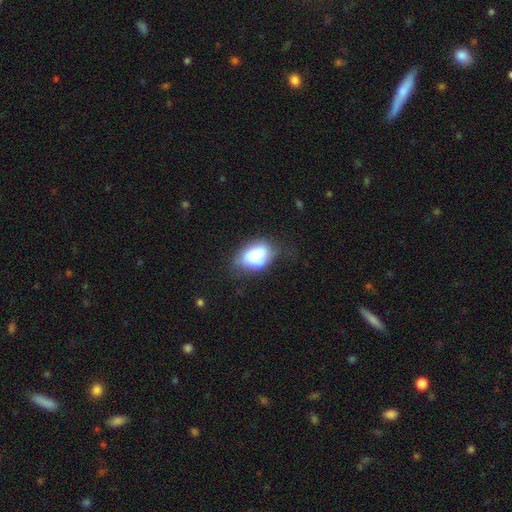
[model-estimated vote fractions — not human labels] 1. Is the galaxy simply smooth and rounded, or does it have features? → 74% smooth, 18% featured or disk, 8% star or artifact.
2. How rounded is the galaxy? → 83% in between, 16% round, 1% cigar-shaped.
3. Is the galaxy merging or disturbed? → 48% none, 35% minor disturbance, 14% major disturbance, 3% merger.